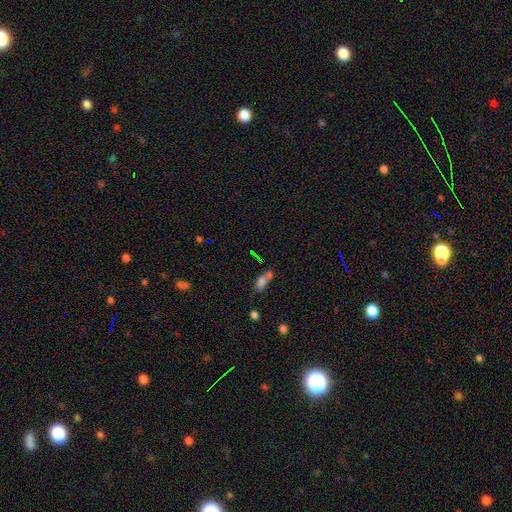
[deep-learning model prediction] smooth_or_featured: smooth (p=0.54) [alt: star or artifact p=0.30]
how_rounded: in between (p=0.59) [alt: cigar-shaped p=0.24]
merging: none (p=0.42) [alt: merger p=0.39]